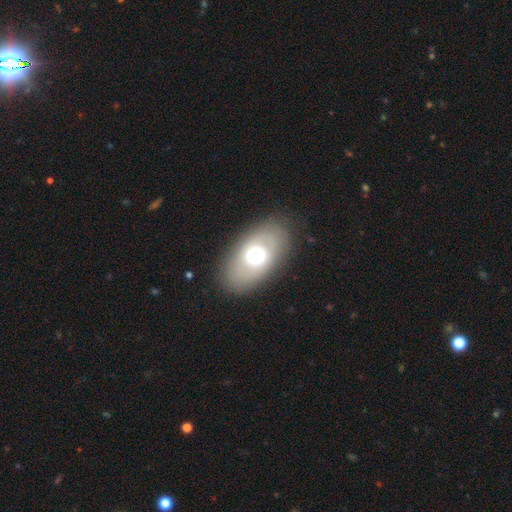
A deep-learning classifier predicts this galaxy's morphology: Q: Smooth or featured?
A: smooth (60%); runner-up: featured or disk (32%)
Q: How rounded?
A: in between (89%); runner-up: round (9%)
Q: Merging?
A: none (85%); runner-up: minor disturbance (10%)